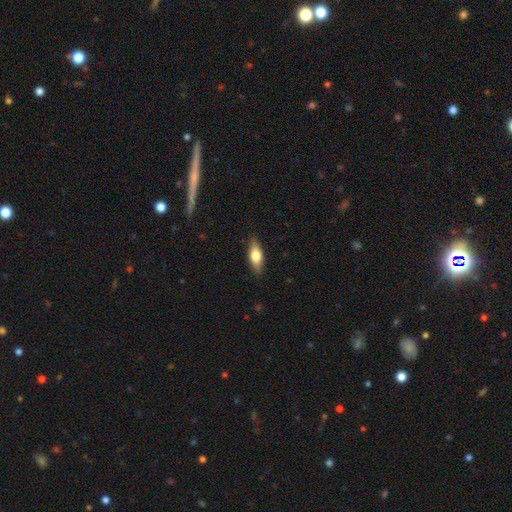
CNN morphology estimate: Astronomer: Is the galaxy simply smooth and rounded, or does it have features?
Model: smooth — 65%.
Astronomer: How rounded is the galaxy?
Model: in between — 68%.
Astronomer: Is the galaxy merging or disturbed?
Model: none — 86%.